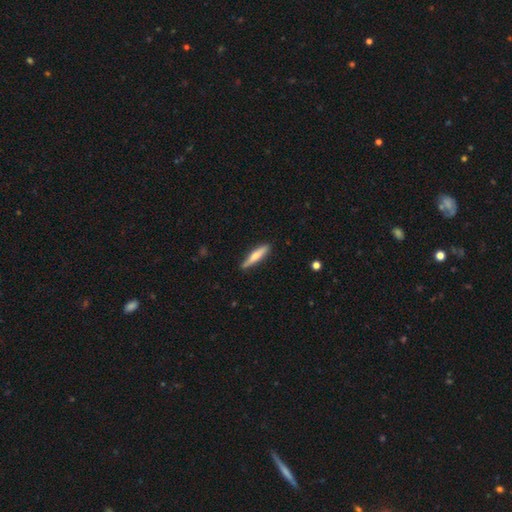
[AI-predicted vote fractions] Smooth or featured: smooth — 59% (featured or disk — 35%)
How rounded: cigar-shaped — 87% (in between — 12%)
Merging: none — 86% (minor disturbance — 11%)